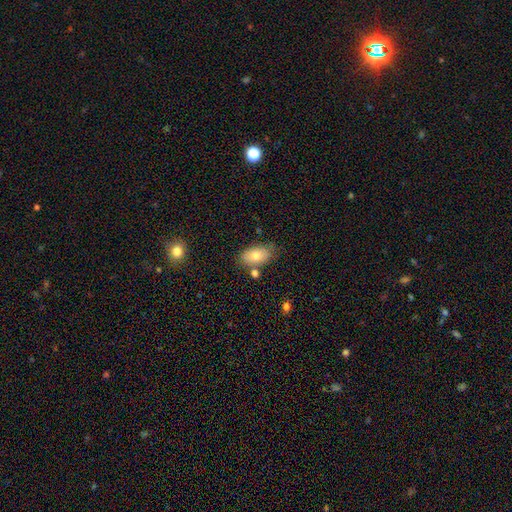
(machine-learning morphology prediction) Smooth or featured: smooth — 76% (featured or disk — 16%)
How rounded: in between — 92% (round — 7%)
Merging: none — 70% (minor disturbance — 17%)